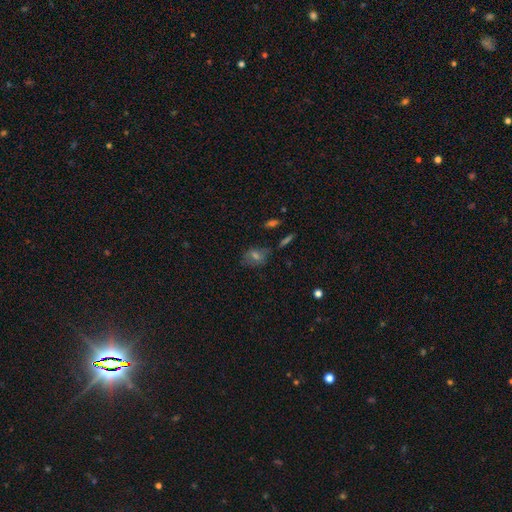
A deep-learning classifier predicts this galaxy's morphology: Smooth or featured: smooth — 48% (featured or disk — 29%)
Merging: none — 69% (minor disturbance — 18%)